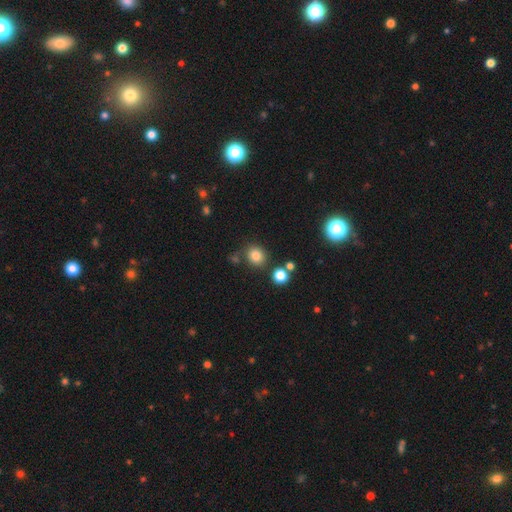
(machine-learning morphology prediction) Smooth or featured?
  - smooth: 80% *
  - star or artifact: 13%
  - featured or disk: 6%
How rounded?
  - round: 78% *
  - in between: 21%
  - cigar-shaped: 1%
Merging?
  - none: 76% *
  - minor disturbance: 11%
  - merger: 9%
  - major disturbance: 4%